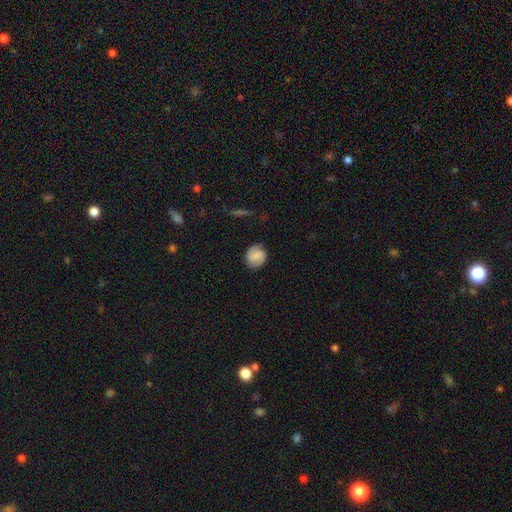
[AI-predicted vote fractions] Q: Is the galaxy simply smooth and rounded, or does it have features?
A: smooth — 60%.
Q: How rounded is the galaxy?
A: round — 73%.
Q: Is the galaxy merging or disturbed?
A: none — 79%.